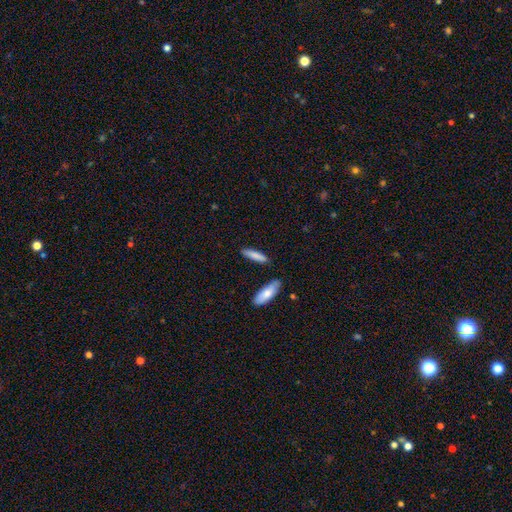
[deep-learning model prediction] Smooth or featured: smooth — 81% (featured or disk — 14%)
How rounded: cigar-shaped — 78% (in between — 20%)
Merging: none — 83% (minor disturbance — 10%)